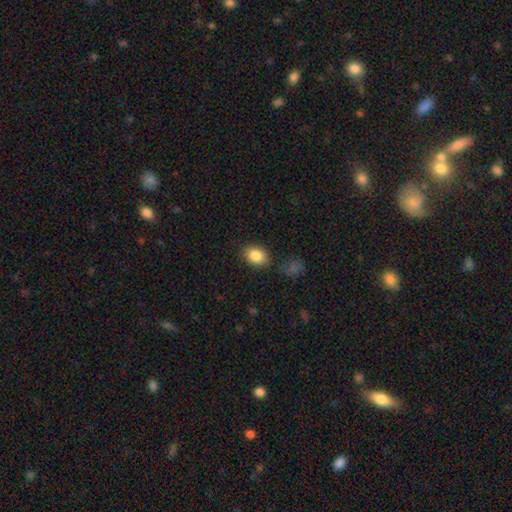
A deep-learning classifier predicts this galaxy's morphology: Smooth or featured? smooth (86%)
How rounded? in between (67%)
Merging? none (82%)